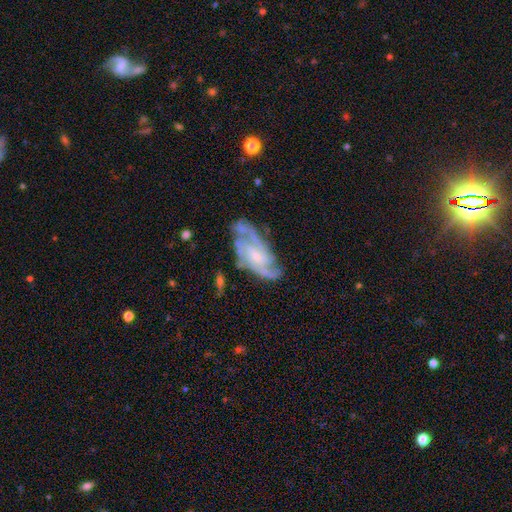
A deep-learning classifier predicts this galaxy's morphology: smooth_or_featured: featured or disk (p=0.86) [alt: smooth p=0.08]
disk_edge_on: no (p=0.95) [alt: yes p=0.05]
bar: no (p=0.57) [alt: weak p=0.34]
has_spiral_arms: yes (p=0.96) [alt: no p=0.04]
spiral_winding: medium (p=0.45) [alt: tight p=0.43]
spiral_arm_count: 3 (p=0.39) [alt: 2 p=0.23]
bulge_size: small (p=0.62) [alt: moderate p=0.23]
merging: none (p=0.65) [alt: minor disturbance p=0.22]